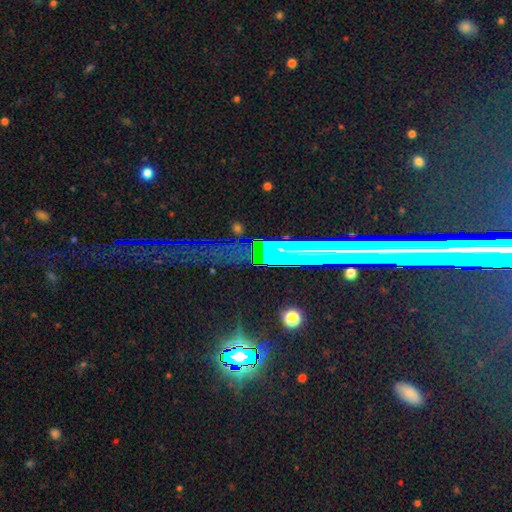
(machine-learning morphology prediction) Overall: star or artifact (72%).